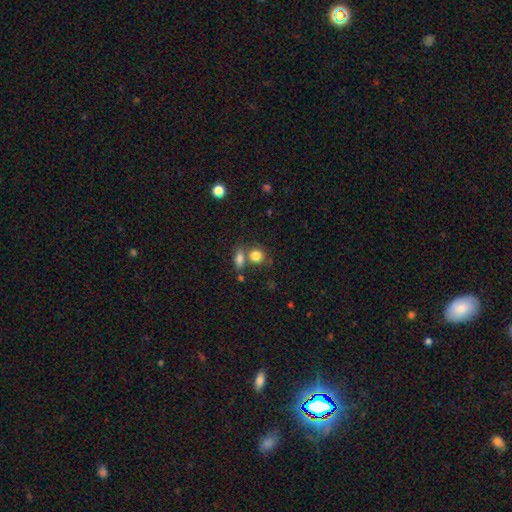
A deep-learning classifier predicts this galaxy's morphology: Q: Smooth or featured?
A: smooth (82%); runner-up: star or artifact (10%)
Q: How rounded?
A: round (70%); runner-up: in between (29%)
Q: Merging?
A: none (55%); runner-up: merger (31%)